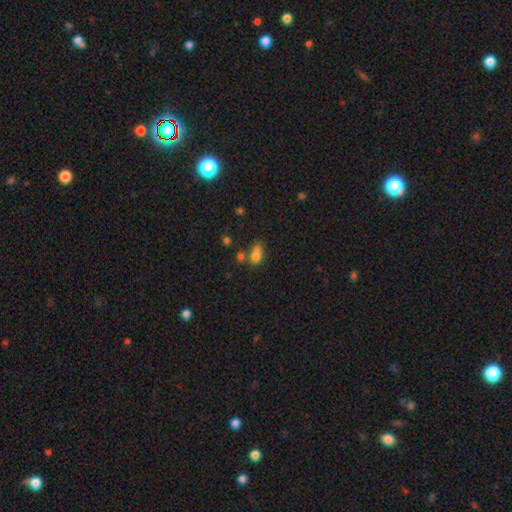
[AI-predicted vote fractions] Smooth or featured? smooth (73%)
How rounded? in between (70%)
Merging? none (35%)